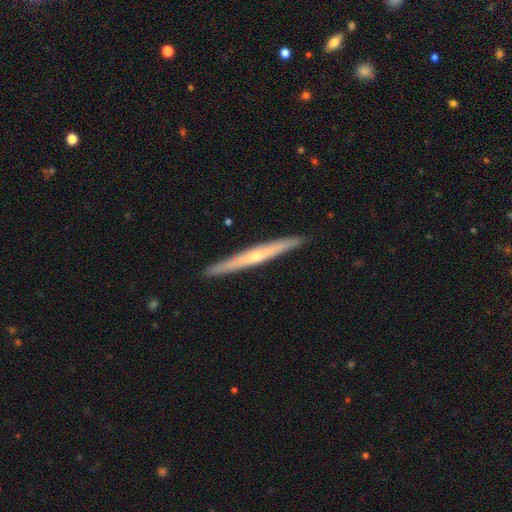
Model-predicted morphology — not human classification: Smooth or featured: featured or disk — 68% (smooth — 27%)
Edge-on disk: yes — 97% (no — 3%)
Edge-on bulge: rounded — 65% (none — 32%)
Merging: none — 93% (minor disturbance — 5%)